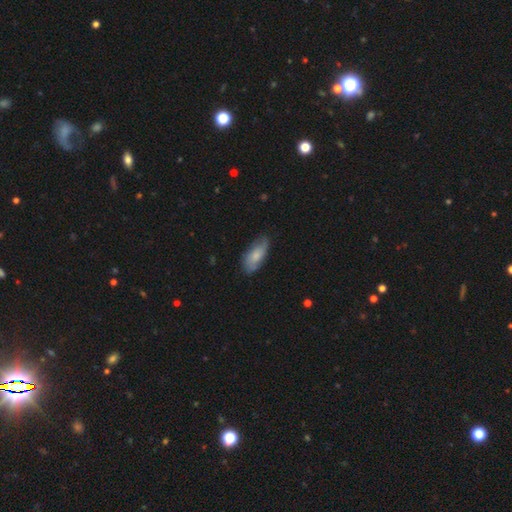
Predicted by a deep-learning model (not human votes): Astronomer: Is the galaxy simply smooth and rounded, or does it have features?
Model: smooth — 73%.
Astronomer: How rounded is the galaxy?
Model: in between — 84%.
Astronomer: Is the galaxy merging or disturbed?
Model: none — 71%.